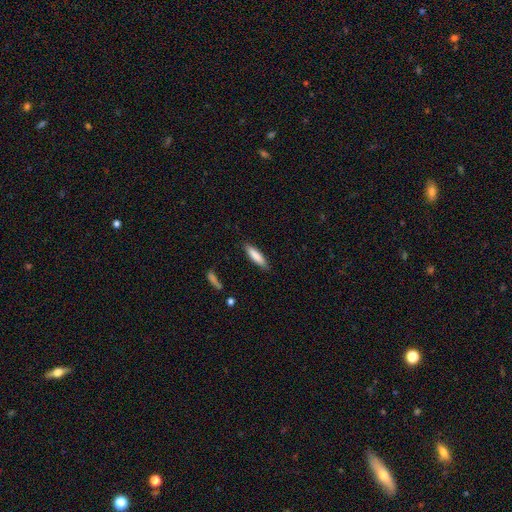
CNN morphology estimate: Smooth or featured?
  - smooth: 82% *
  - featured or disk: 12%
  - star or artifact: 6%
How rounded?
  - cigar-shaped: 73% *
  - in between: 26%
  - round: 1%
Merging?
  - none: 86% *
  - minor disturbance: 10%
  - major disturbance: 2%
  - merger: 2%